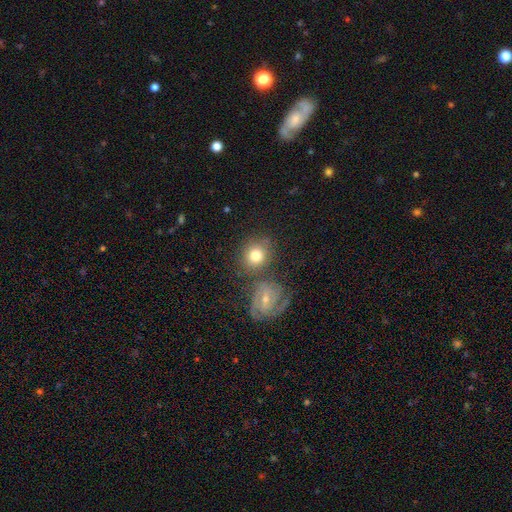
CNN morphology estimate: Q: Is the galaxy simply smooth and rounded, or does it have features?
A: smooth — 65%.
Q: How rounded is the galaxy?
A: round — 79%.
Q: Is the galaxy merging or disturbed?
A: none — 65%.